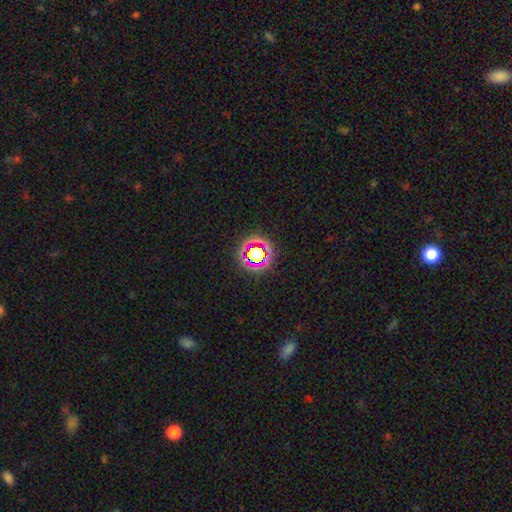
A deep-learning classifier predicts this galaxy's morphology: Smooth or featured?
  - star or artifact: 52% *
  - smooth: 35%
  - featured or disk: 13%